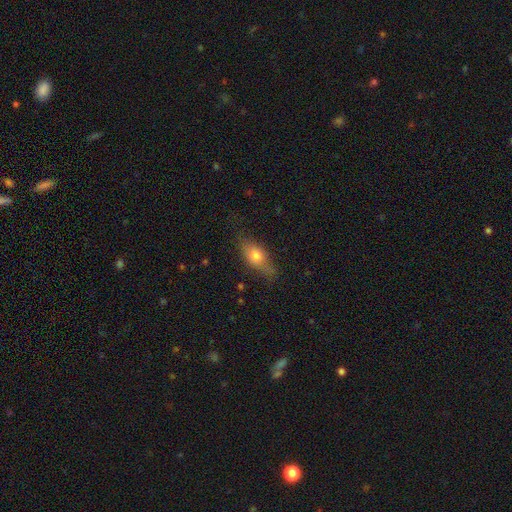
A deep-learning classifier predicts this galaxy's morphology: type=smooth (67%); roundness=in between (76%); merging=none (64%).